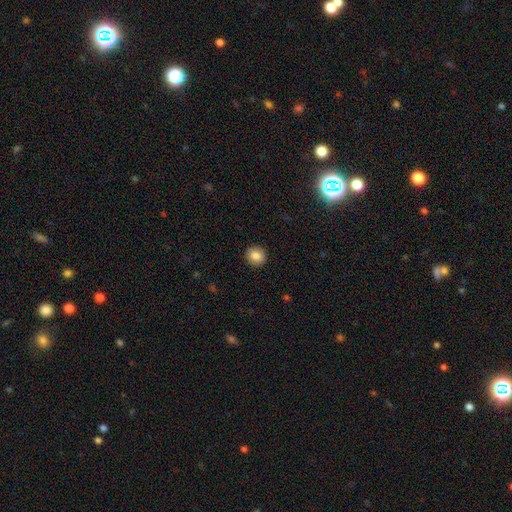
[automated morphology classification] A smooth galaxy with no disk features (85%) that is round (82%).

Vote fractions:
- Smooth or featured? smooth: 85% / star or artifact: 9% / featured or disk: 6%
- How rounded? round: 82% / in between: 17% / cigar-shaped: 1%
- Merging? none: 91% / minor disturbance: 6% / major disturbance: 2% / merger: 1%